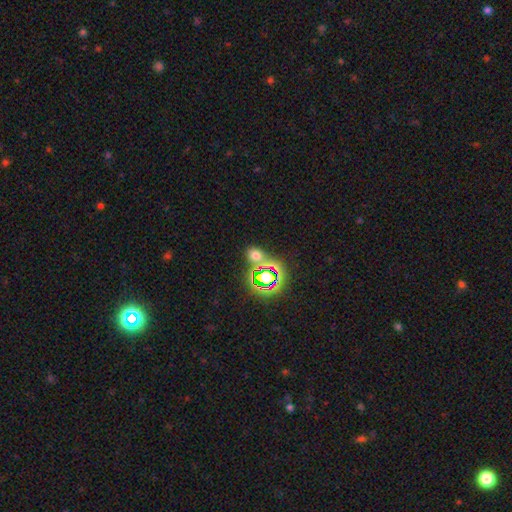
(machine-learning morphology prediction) Smooth or featured? Predicted: smooth (p=0.55). How rounded? Predicted: round (p=0.61). Merging? Predicted: none (p=0.68).